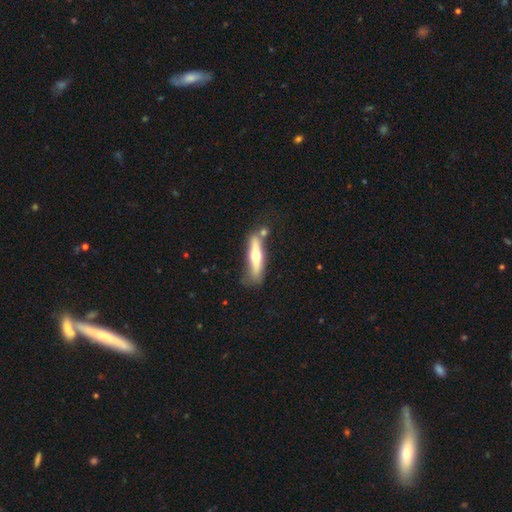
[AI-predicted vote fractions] This is possibly a featured or disk galaxy (52%). It is clearly viewed edge-on (89%). Merging: likely none (67%).